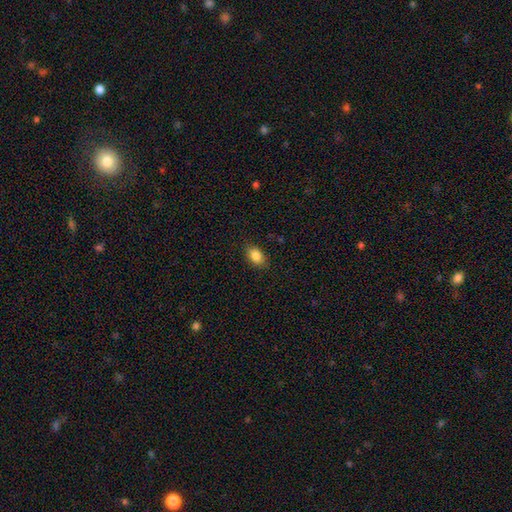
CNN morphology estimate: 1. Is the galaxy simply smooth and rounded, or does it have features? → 86% smooth, 8% star or artifact, 6% featured or disk.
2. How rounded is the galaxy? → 86% in between, 13% round, 2% cigar-shaped.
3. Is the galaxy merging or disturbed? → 86% none, 11% minor disturbance, 3% major disturbance, 1% merger.